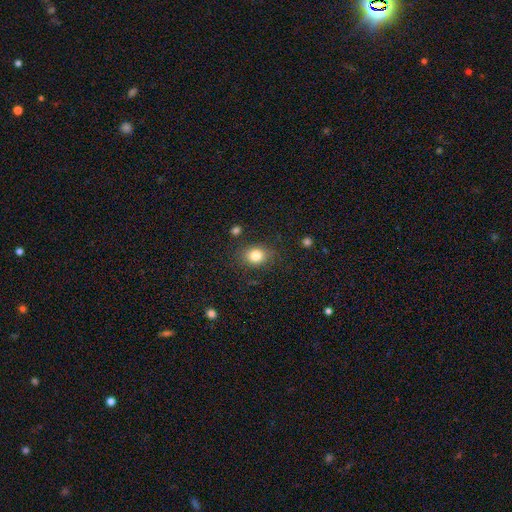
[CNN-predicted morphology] This is clearly a smooth galaxy (83%). How rounded: possibly round (58%). Merging: clearly none (81%).